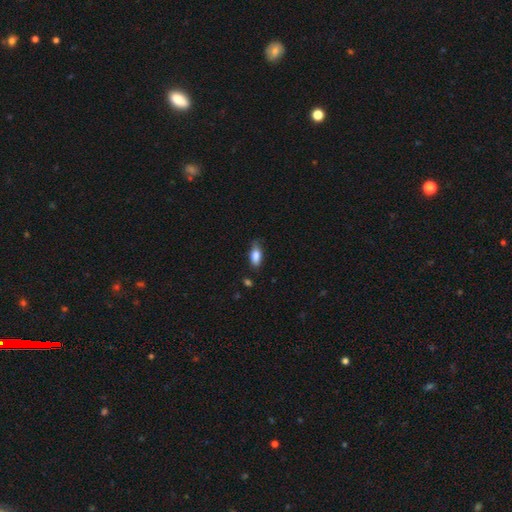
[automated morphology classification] The model was most divided on "merging": none: 69%, minor disturbance: 24%, major disturbance: 4%, merger: 2%. More confident: how rounded — in between (82%); smooth or featured — smooth (82%).